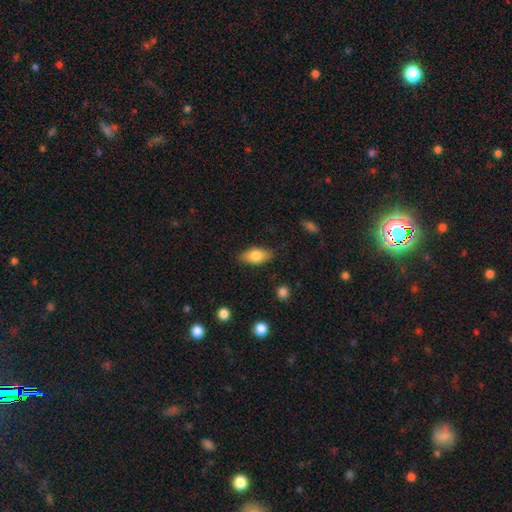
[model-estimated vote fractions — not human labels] smooth 73%, featured or disk 20%, star or artifact 7%. Down the decision tree: how rounded — in between (85%); merging — none (83%).